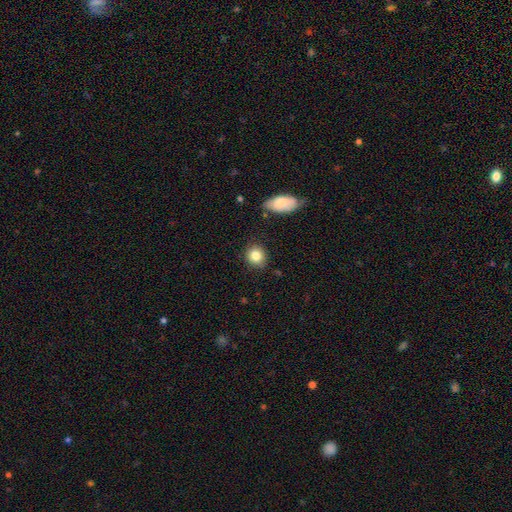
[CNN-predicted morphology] Q: Smooth or featured?
A: smooth (84%); runner-up: star or artifact (9%)
Q: How rounded?
A: round (83%); runner-up: in between (16%)
Q: Merging?
A: none (84%); runner-up: minor disturbance (12%)